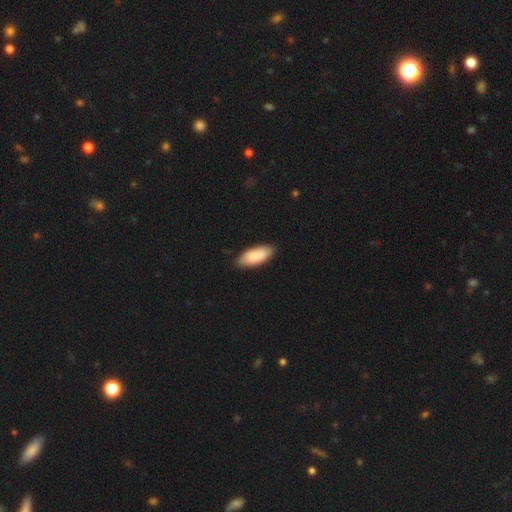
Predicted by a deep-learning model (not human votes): smooth 87%, featured or disk 8%, star or artifact 5%. Down the decision tree: how rounded — in between (81%); merging — none (84%).